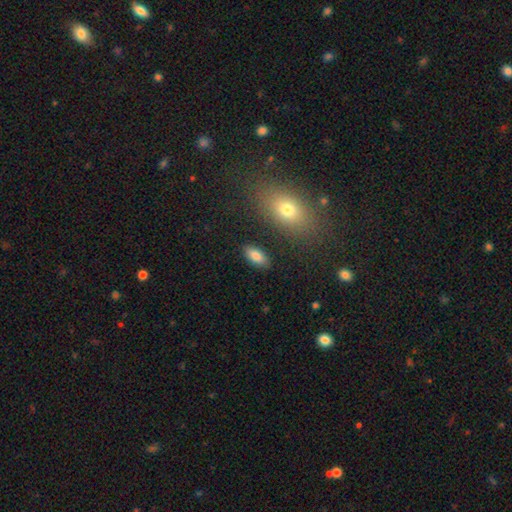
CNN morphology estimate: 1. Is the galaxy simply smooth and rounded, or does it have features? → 85% smooth, 8% featured or disk, 7% star or artifact.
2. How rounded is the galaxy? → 90% in between, 7% cigar-shaped, 3% round.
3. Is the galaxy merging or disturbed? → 86% none, 9% minor disturbance, 3% major disturbance, 2% merger.